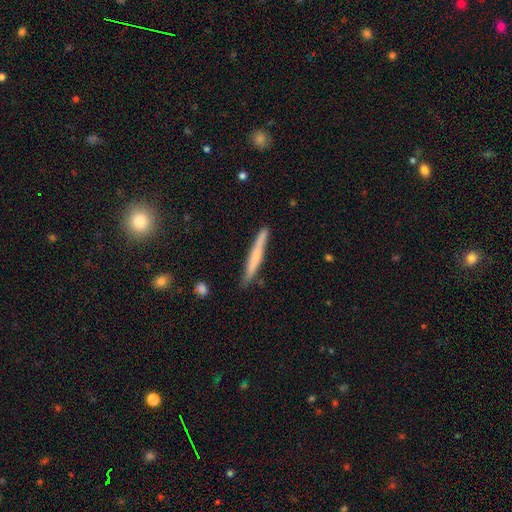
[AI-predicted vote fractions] Smooth or featured: smooth — 53% (featured or disk — 41%)
How rounded: cigar-shaped — 96% (in between — 2%)
Merging: none — 86% (minor disturbance — 10%)